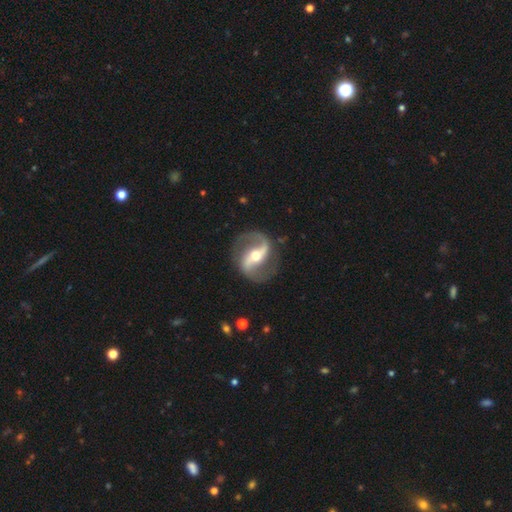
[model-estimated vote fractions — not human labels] Q: Smooth or featured?
A: featured or disk (91%); runner-up: smooth (5%)
Q: Edge-on disk?
A: no (97%); runner-up: yes (3%)
Q: Bar?
A: strong (52%); runner-up: weak (29%)
Q: Spiral arms?
A: yes (96%); runner-up: no (4%)
Q: Spiral winding?
A: medium (45%); runner-up: loose (44%)
Q: Spiral arm count?
A: 2 (94%); runner-up: can't tell (2%)
Q: Bulge size?
A: moderate (68%); runner-up: small (24%)
Q: Merging?
A: none (85%); runner-up: minor disturbance (9%)